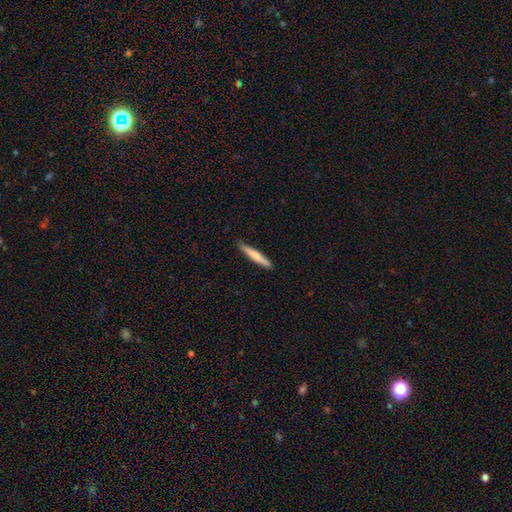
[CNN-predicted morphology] Smooth or featured? smooth (71%)
How rounded? cigar-shaped (94%)
Merging? none (90%)